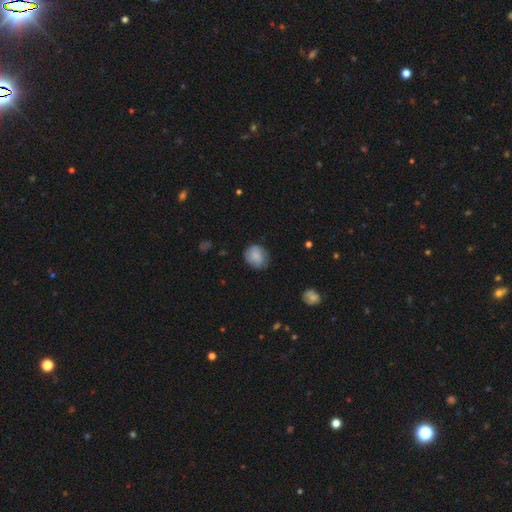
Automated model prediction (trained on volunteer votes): Q: Smooth or featured?
A: smooth (81%); runner-up: featured or disk (12%)
Q: How rounded?
A: round (76%); runner-up: in between (23%)
Q: Merging?
A: none (75%); runner-up: minor disturbance (20%)